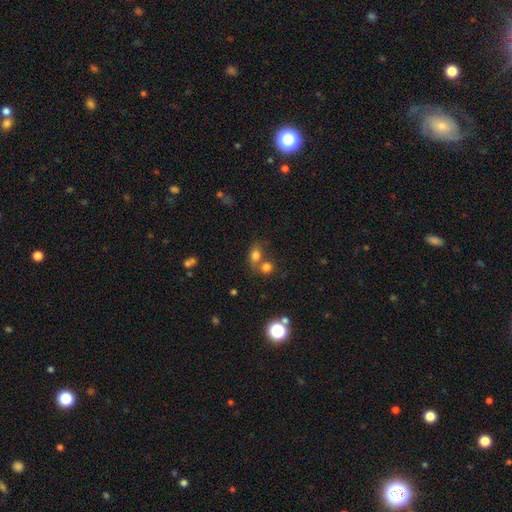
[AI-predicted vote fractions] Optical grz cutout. It shows a smooth galaxy with no disk features (76%) that is in between round and cigar-shaped (55%). Merging: merger (45%).